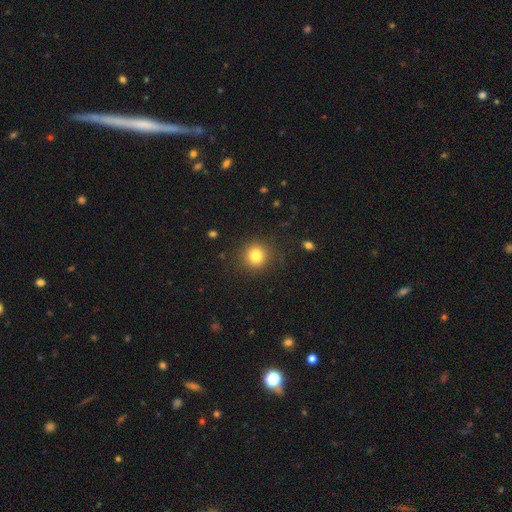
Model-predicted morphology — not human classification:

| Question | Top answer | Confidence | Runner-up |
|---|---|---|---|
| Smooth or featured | smooth | 81% | star or artifact (12%) |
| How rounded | round | 90% | in between (9%) |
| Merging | none | 87% | minor disturbance (9%) |